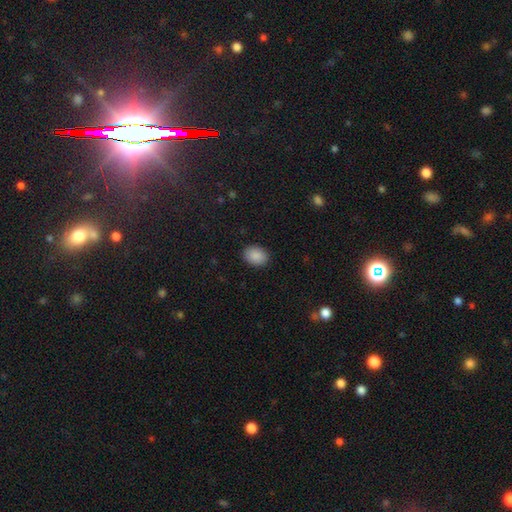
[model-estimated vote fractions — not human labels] smooth_or_featured: smooth (p=0.89) [alt: star or artifact p=0.08]
how_rounded: in between (p=0.69) [alt: round p=0.30]
merging: none (p=0.89) [alt: minor disturbance p=0.07]